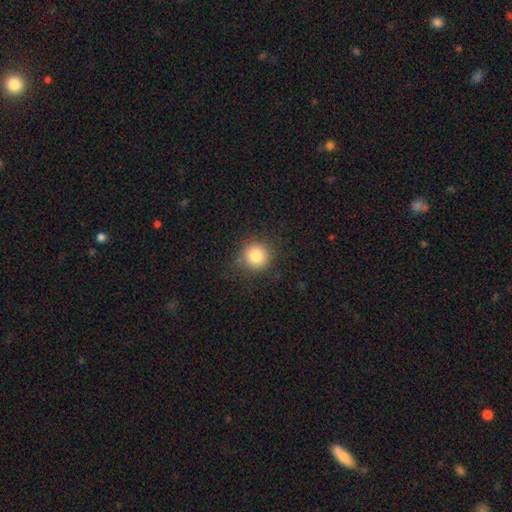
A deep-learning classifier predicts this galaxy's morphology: Smooth or featured? smooth (81%)
How rounded? round (94%)
Merging? none (85%)